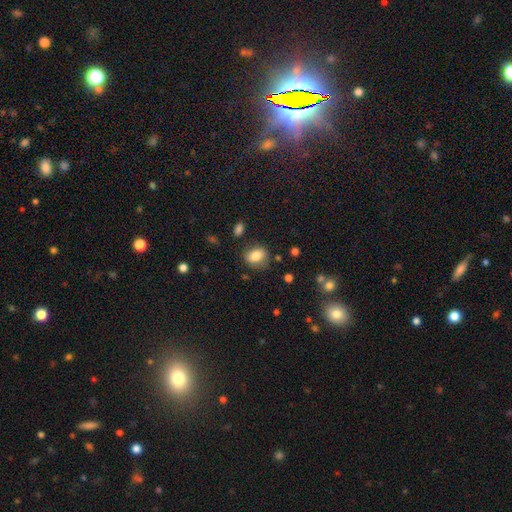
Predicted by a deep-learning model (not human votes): The model was most divided on "how rounded": in between: 63%, round: 36%, cigar-shaped: 1%. More confident: smooth or featured — smooth (79%); merging — none (74%).